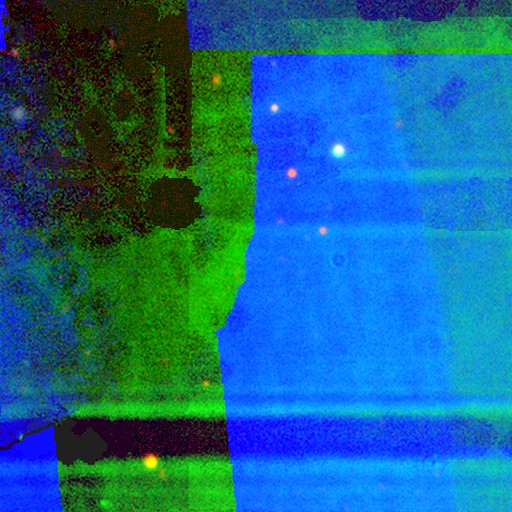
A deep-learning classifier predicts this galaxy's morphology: Overall: star or artifact (84%).